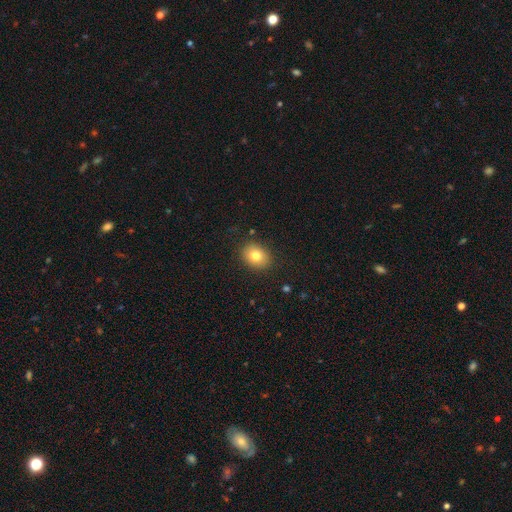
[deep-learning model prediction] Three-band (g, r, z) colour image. It shows a smooth galaxy with no disk features (79%) that is in between round and cigar-shaped (50%). Merging: none (87%).